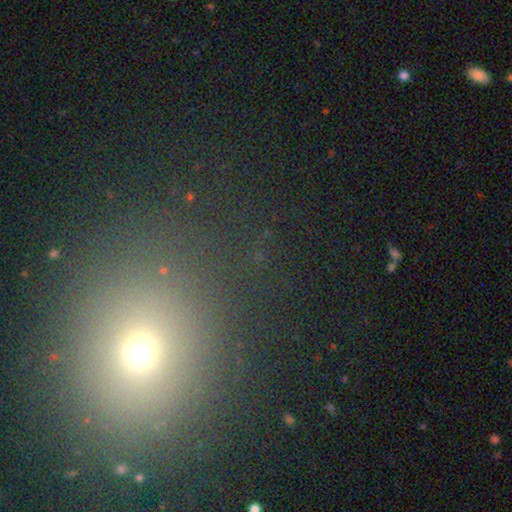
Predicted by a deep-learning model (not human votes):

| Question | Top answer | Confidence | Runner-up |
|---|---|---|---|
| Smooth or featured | star or artifact | 52% | smooth (36%) |